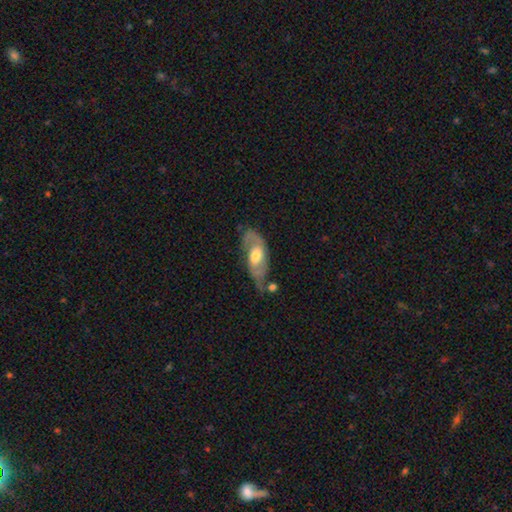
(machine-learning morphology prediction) smooth-or-featured: featured or disk: 65% | smooth: 30% | star or artifact: 6%
  disk-edge-on: no: 89% | yes: 11%
    bar: no: 53% | weak: 36% | strong: 10%
    has-spiral-arms: yes: 77% | no: 23%
    bulge-size: moderate: 66% | large: 19% | small: 12% | none: 1% | dominant: 1%
  merging: none: 47% | minor disturbance: 27% | major disturbance: 18% | merger: 8%